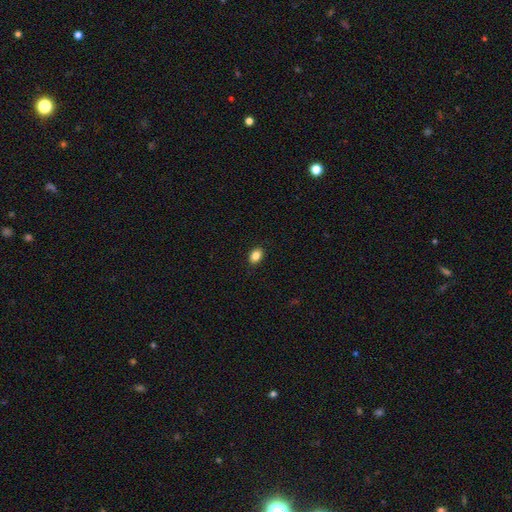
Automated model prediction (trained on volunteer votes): This appears to be a smooth galaxy with no disk features (86%) that is in between round and cigar-shaped (76%). Merging: none (90%).